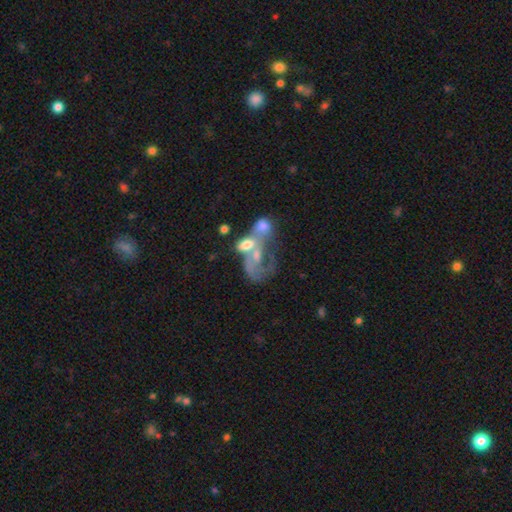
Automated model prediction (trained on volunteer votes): Morphology: type=featured or disk (57%); edge-on=no (96%); bar=no (80%); spiral arms=no (67%); bulge=moderate (39%); merging=merger (63%).